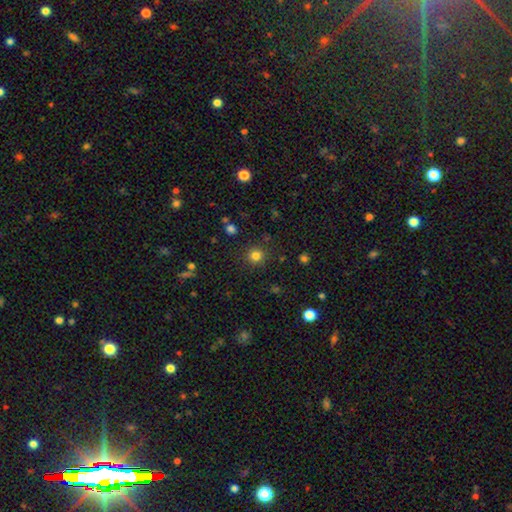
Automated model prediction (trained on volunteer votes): This appears to be a smooth galaxy with no disk features (80%) that is round (94%). Merging: none (89%).